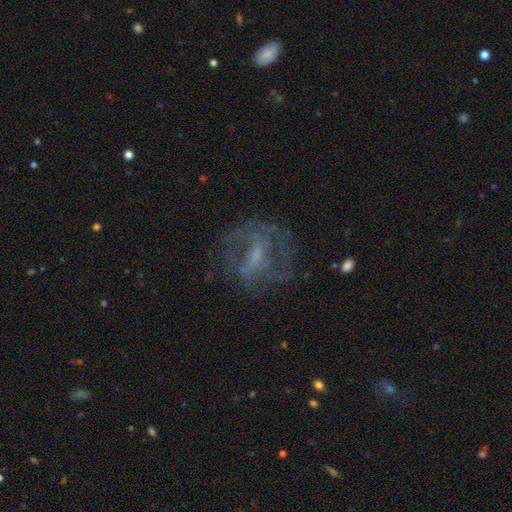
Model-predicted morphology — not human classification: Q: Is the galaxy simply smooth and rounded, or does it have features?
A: featured or disk — 64%.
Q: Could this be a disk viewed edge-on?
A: no — 94%.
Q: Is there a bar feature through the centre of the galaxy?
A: weak — 43%.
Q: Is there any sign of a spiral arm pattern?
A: yes — 54%.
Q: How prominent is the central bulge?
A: small — 39%.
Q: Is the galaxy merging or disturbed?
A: none — 61%.